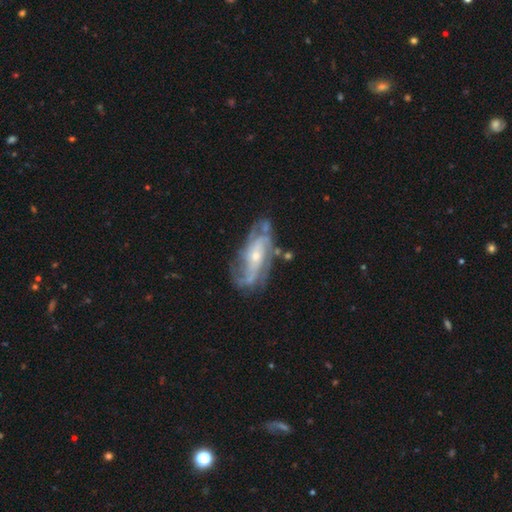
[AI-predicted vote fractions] A featured or disk galaxy (85%) with no bar (57%), 2 (28%) medium (42%) spiral arms (94%) and a small central bulge (60%).

Vote fractions:
- Smooth or featured? featured or disk: 85% / smooth: 9% / star or artifact: 6%
- Edge-on disk? no: 92% / yes: 8%
- Bar? no: 57% / weak: 31% / strong: 12%
- Spiral arms? yes: 94% / no: 6%
- Spiral winding? medium: 42% / tight: 39% / loose: 19%
- Spiral arm count? 2: 28% / can't tell: 26% / 3: 23% / 4: 13% / more than 4: 5% / 1: 4%
- Bulge size? small: 60% / moderate: 36% / large: 2% / none: 2% / dominant: 1%
- Merging? none: 66% / minor disturbance: 20% / major disturbance: 10% / merger: 4%